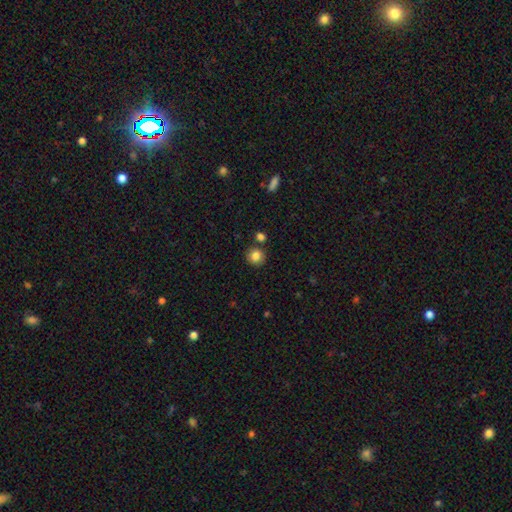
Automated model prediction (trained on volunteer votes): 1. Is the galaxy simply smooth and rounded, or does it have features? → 84% smooth, 10% star or artifact, 6% featured or disk.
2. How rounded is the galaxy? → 90% round, 9% in between, 1% cigar-shaped.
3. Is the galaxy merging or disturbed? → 82% none, 8% minor disturbance, 8% merger, 2% major disturbance.